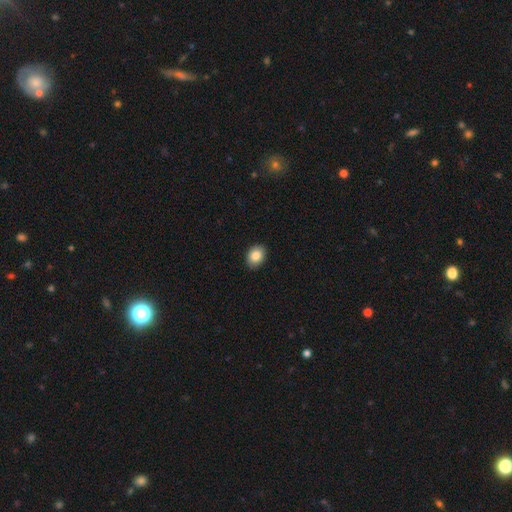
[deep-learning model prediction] This appears to be a smooth galaxy with no disk features (86%) that is in between round and cigar-shaped (66%). Merging: none (90%).